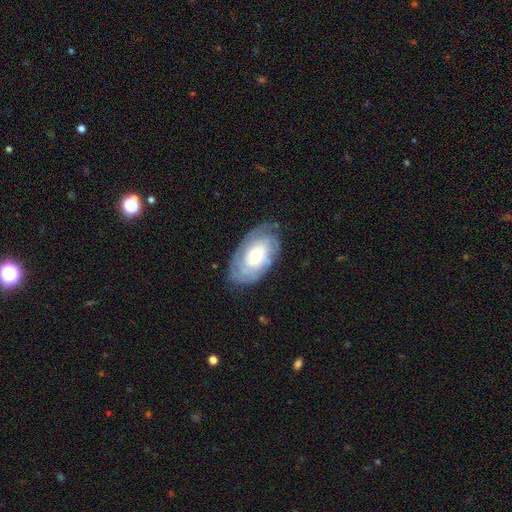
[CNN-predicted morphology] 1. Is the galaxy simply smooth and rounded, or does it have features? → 68% featured or disk, 25% smooth, 6% star or artifact.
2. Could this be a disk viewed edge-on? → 95% no, 5% yes.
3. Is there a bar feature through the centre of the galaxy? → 77% no, 20% weak, 4% strong.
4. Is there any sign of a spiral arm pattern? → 87% yes, 13% no.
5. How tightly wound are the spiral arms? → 71% tight, 23% medium, 7% loose.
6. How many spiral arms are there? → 54% can't tell, 19% 2, 11% 3, 7% 4, 5% 1, 5% more than 4.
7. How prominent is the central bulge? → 47% moderate, 25% small, 22% large, 3% none, 3% dominant.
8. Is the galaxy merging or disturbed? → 75% none, 18% minor disturbance, 6% major disturbance, 1% merger.